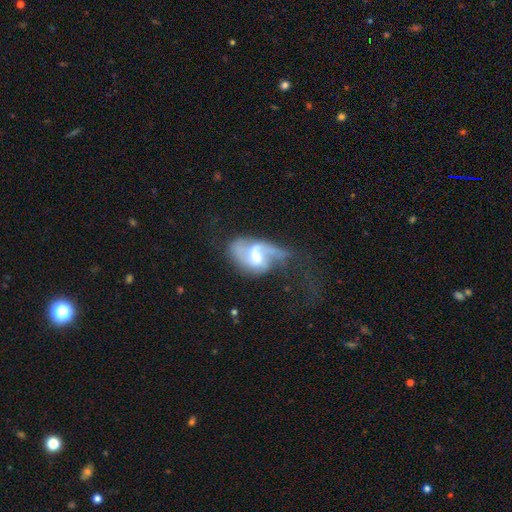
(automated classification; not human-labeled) Overall: featured or disk (77%). Edge-on disk: no (97%). Bar: weak (53%; no 32%). Spiral arms: yes (89%). Spiral arm count: 2 (60%). Spiral winding: loose (48%; medium 39%). Bulge size: moderate (62%). Merging: major disturbance (37%; none 32%).